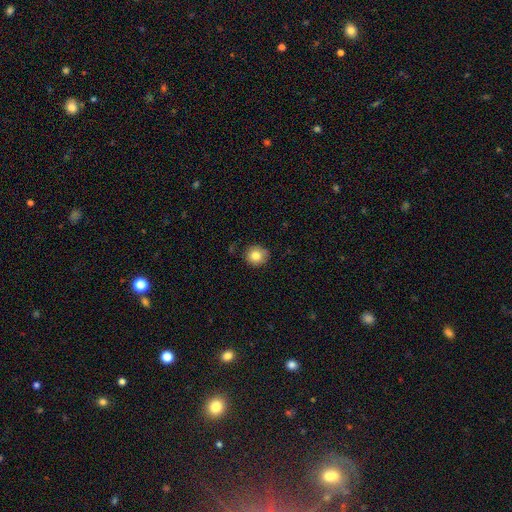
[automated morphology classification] smooth 81%, star or artifact 10%, featured or disk 9%. Down the decision tree: how rounded — round (89%); merging — none (84%).